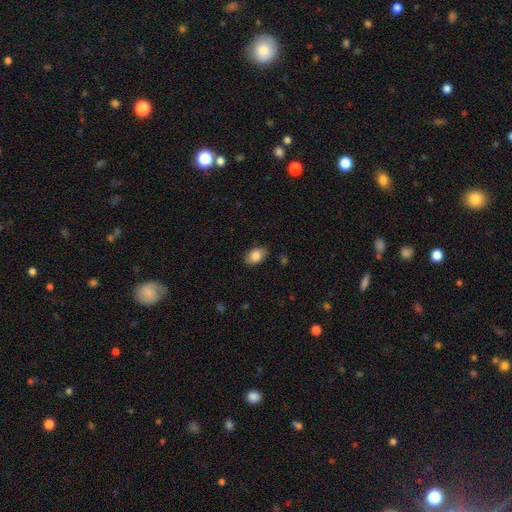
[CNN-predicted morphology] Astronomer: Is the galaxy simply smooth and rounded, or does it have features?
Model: smooth — 84%.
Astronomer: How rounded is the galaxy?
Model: in between — 89%.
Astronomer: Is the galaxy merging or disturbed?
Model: none — 84%.